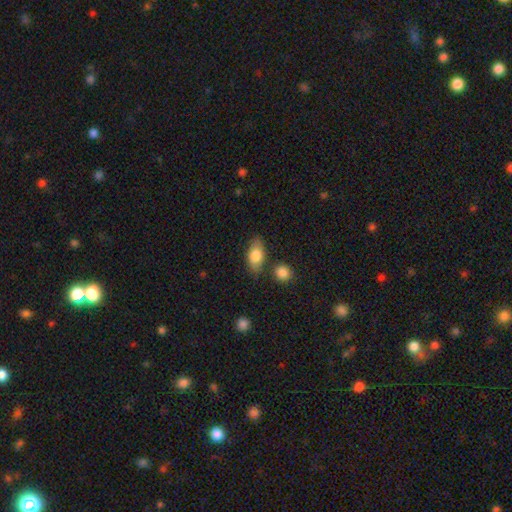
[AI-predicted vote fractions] Morphology: type=smooth (78%); roundness=in between (86%); merging=none (77%).